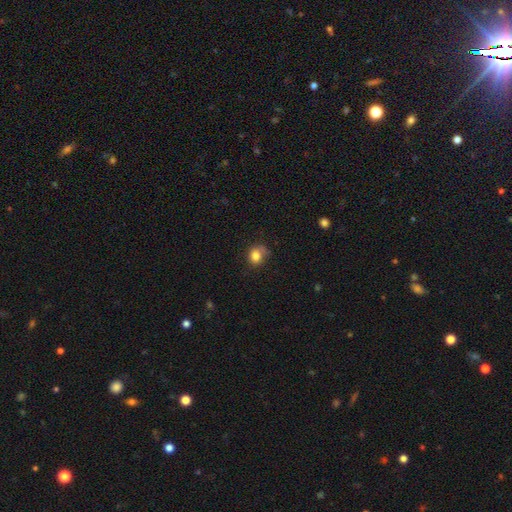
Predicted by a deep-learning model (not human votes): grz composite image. It shows a smooth galaxy with no disk features (82%) that is round (62%). Merging: none (58%).